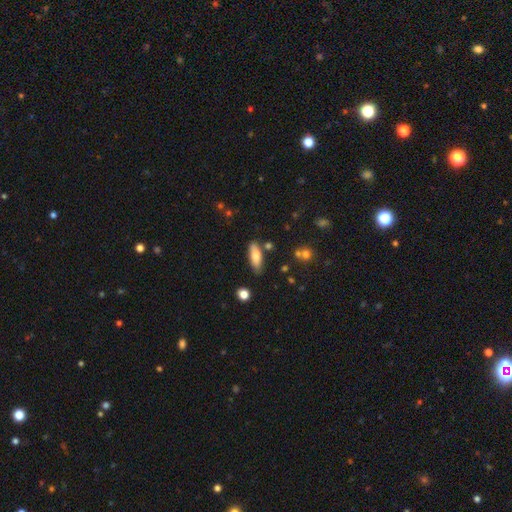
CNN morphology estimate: Overall: smooth (79%). How rounded: in between (62%; cigar-shaped 36%). Merging: none (75%).